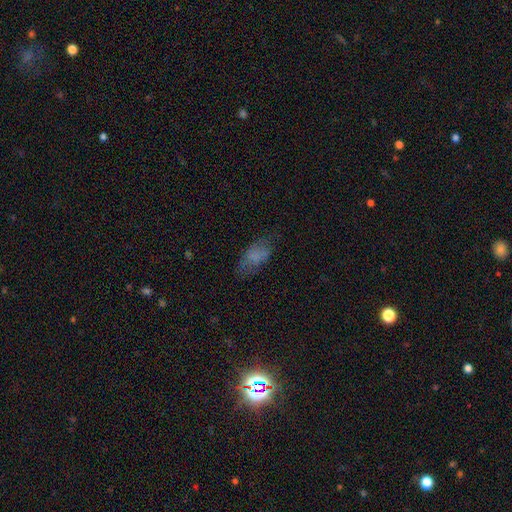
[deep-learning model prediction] Overall: smooth (67%). How rounded: in between (89%). Merging: none (60%; minor disturbance 24%).